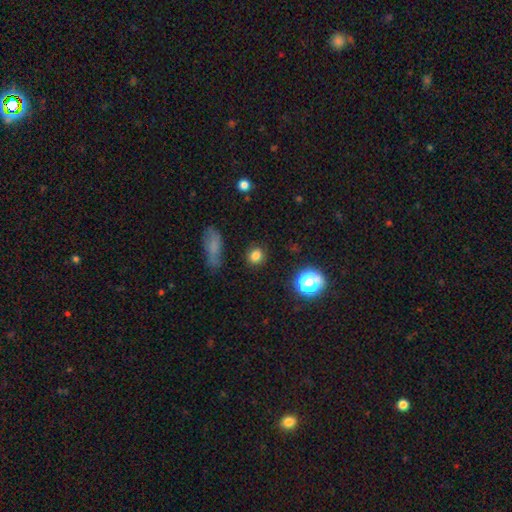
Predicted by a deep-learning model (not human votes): Morphology: type=smooth (80%); roundness=round (80%); merging=none (87%).